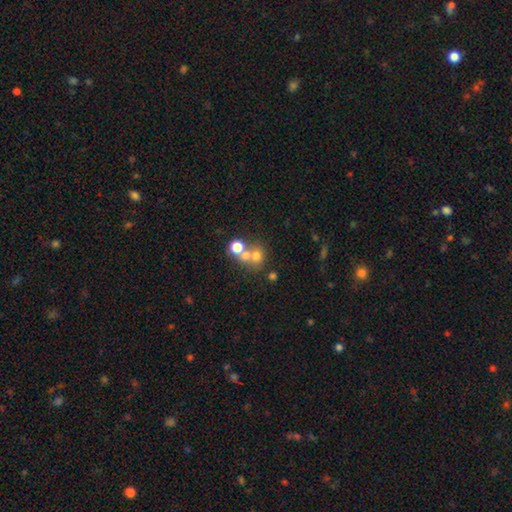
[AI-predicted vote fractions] Q: Smooth or featured?
A: smooth (64%); runner-up: star or artifact (18%)
Q: How rounded?
A: round (76%); runner-up: in between (23%)
Q: Merging?
A: merger (48%); runner-up: none (40%)